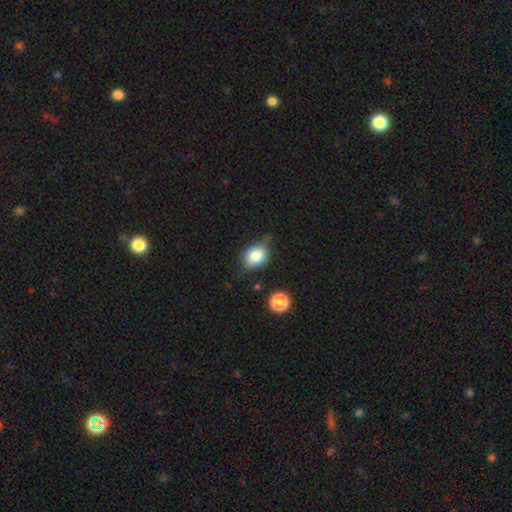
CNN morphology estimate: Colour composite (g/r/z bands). It shows a smooth galaxy with no disk features (81%) that is in between round and cigar-shaped (56%). Merging: none (59%).